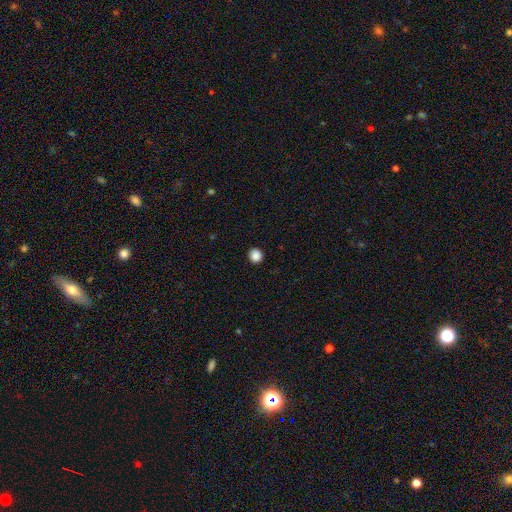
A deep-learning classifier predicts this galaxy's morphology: Smooth or featured? Predicted: smooth (p=0.88). How rounded? Predicted: round (p=0.93). Merging? Predicted: none (p=0.93).